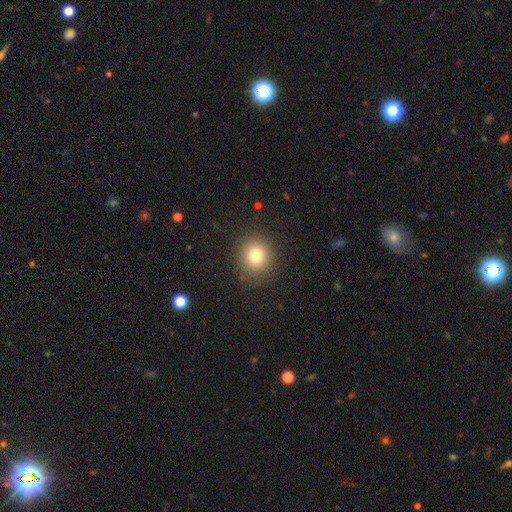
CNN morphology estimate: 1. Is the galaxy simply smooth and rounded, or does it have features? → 78% smooth, 13% star or artifact, 9% featured or disk.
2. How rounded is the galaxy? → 90% round, 9% in between, 1% cigar-shaped.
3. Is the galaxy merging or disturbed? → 88% none, 7% minor disturbance, 3% major disturbance, 1% merger.